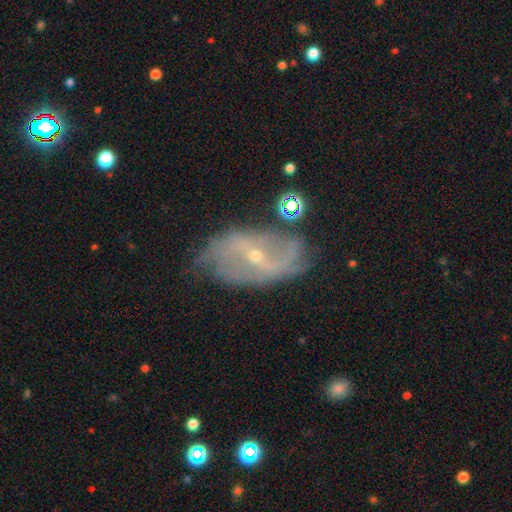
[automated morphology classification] Q: Smooth or featured?
A: featured or disk (79%); runner-up: smooth (12%)
Q: Edge-on disk?
A: no (94%); runner-up: yes (6%)
Q: Bar?
A: weak (39%); runner-up: no (34%)
Q: Spiral arms?
A: yes (81%); runner-up: no (19%)
Q: Spiral winding?
A: loose (46%); runner-up: medium (34%)
Q: Spiral arm count?
A: 2 (66%); runner-up: can't tell (21%)
Q: Bulge size?
A: small (77%); runner-up: moderate (19%)
Q: Merging?
A: none (59%); runner-up: minor disturbance (25%)